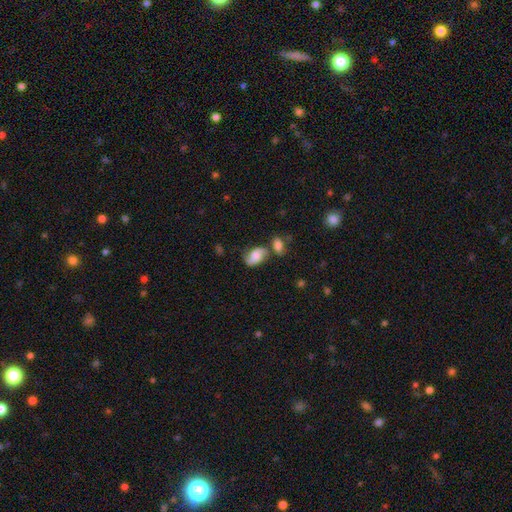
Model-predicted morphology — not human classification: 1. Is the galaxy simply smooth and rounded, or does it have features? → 53% featured or disk, 38% smooth, 9% star or artifact.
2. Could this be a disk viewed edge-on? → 96% no, 4% yes.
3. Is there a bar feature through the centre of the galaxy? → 64% no, 30% weak, 7% strong.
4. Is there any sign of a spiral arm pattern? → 88% yes, 12% no.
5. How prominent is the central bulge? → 32% moderate, 24% large, 21% none, 18% small, 5% dominant.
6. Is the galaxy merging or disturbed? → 47% none, 25% merger, 19% minor disturbance, 8% major disturbance.